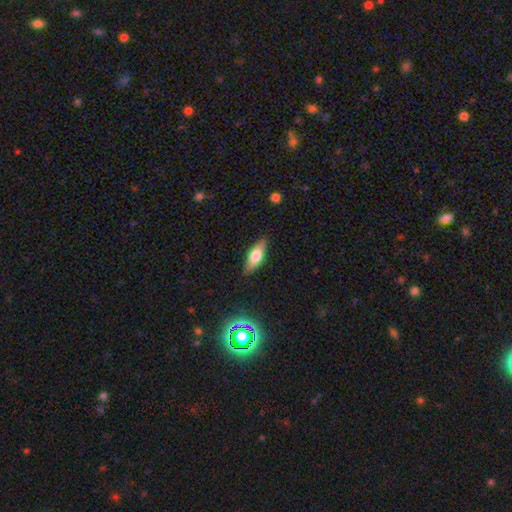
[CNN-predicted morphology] smooth-or-featured: smooth: 58% | featured or disk: 34% | star or artifact: 8%
  how-rounded: in between: 64% | cigar-shaped: 33% | round: 3%
  merging: none: 86% | minor disturbance: 10% | major disturbance: 2% | merger: 1%